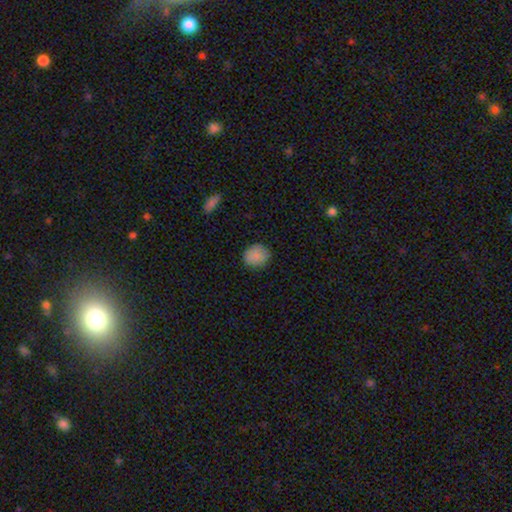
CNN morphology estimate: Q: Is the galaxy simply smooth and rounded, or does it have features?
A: smooth — 86%.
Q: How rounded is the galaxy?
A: round — 77%.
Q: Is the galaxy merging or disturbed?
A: none — 84%.